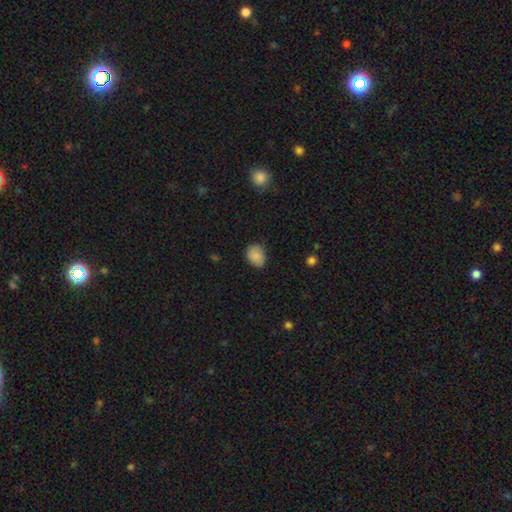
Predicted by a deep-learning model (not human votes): The model was most divided on "how rounded": in between: 58%, round: 41%, cigar-shaped: 1%. More confident: smooth or featured — smooth (86%); merging — none (74%).